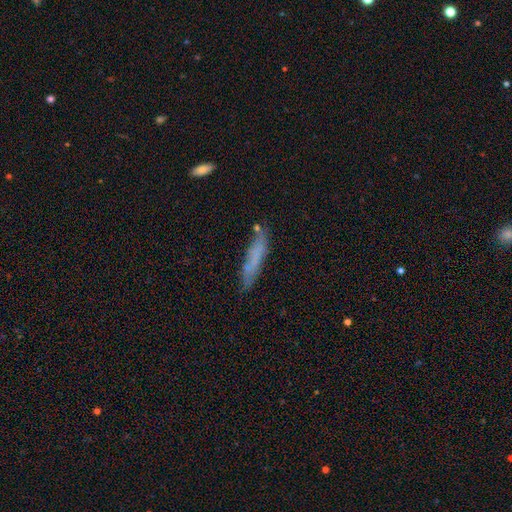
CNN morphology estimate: smooth_or_featured: smooth (p=0.63) [alt: featured or disk p=0.28]
how_rounded: cigar-shaped (p=0.87) [alt: in between p=0.12]
merging: none (p=0.72) [alt: minor disturbance p=0.19]